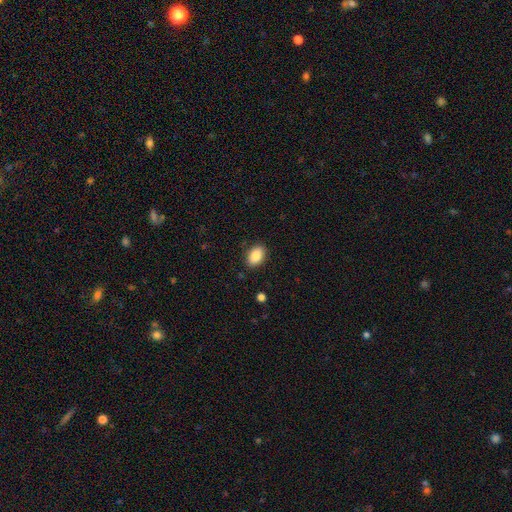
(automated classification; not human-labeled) Smooth or featured?
  - smooth: 88% *
  - star or artifact: 7%
  - featured or disk: 4%
How rounded?
  - in between: 88% *
  - round: 11%
  - cigar-shaped: 1%
Merging?
  - none: 86% *
  - minor disturbance: 10%
  - major disturbance: 3%
  - merger: 1%